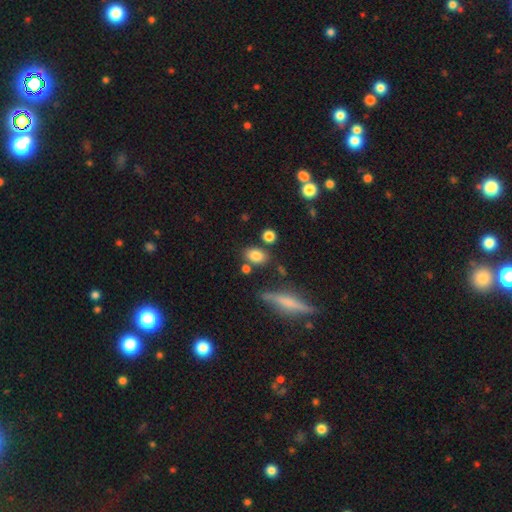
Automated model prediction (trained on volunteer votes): Smooth or featured? Predicted: smooth (p=0.81). How rounded? Predicted: in between (p=0.74). Merging? Predicted: none (p=0.74).